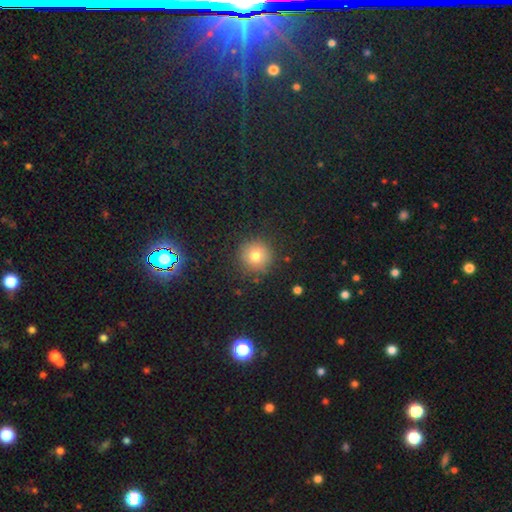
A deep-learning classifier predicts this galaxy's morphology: Smooth or featured: smooth — 77% (star or artifact — 15%)
How rounded: round — 94% (in between — 5%)
Merging: none — 88% (minor disturbance — 8%)